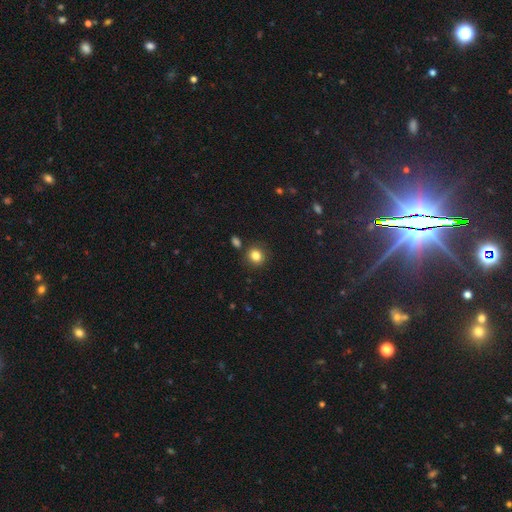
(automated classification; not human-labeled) A smooth galaxy with no disk features (83%) that is round (79%). Merging: none (84%).